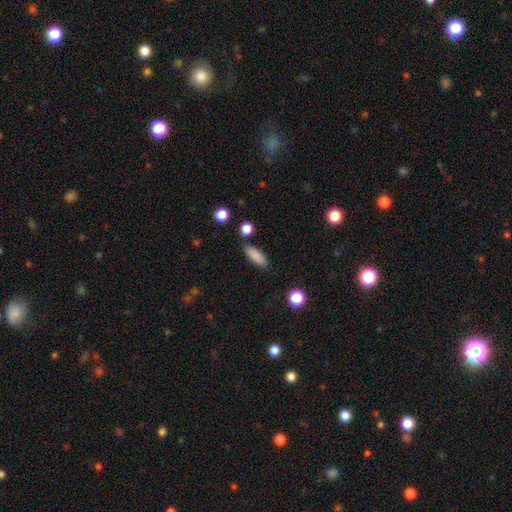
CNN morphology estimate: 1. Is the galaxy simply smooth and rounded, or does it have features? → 87% smooth, 7% star or artifact, 6% featured or disk.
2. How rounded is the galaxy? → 70% in between, 27% cigar-shaped, 3% round.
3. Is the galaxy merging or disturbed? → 83% none, 10% minor disturbance, 4% merger, 3% major disturbance.